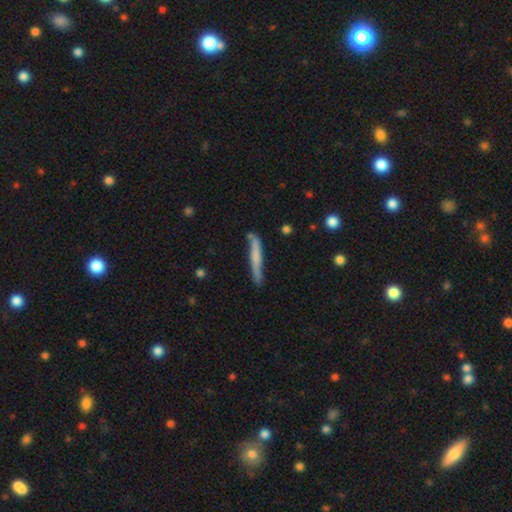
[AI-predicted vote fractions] Q: Smooth or featured?
A: smooth (58%); runner-up: featured or disk (37%)
Q: How rounded?
A: cigar-shaped (95%); runner-up: in between (3%)
Q: Merging?
A: none (75%); runner-up: minor disturbance (18%)